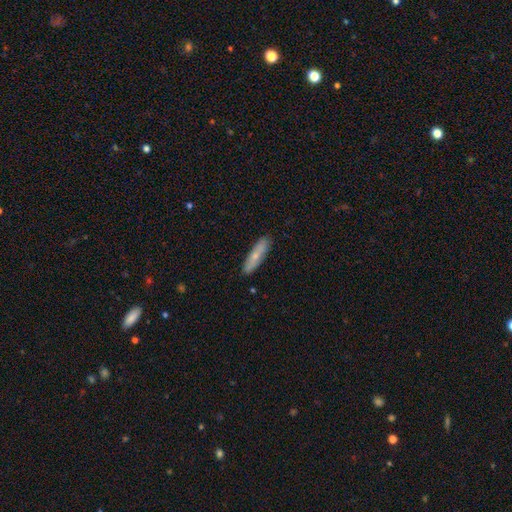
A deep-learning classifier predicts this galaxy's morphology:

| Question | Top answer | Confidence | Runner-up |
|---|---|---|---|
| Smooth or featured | smooth | 63% | featured or disk (30%) |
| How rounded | cigar-shaped | 77% | in between (21%) |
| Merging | none | 88% | minor disturbance (9%) |